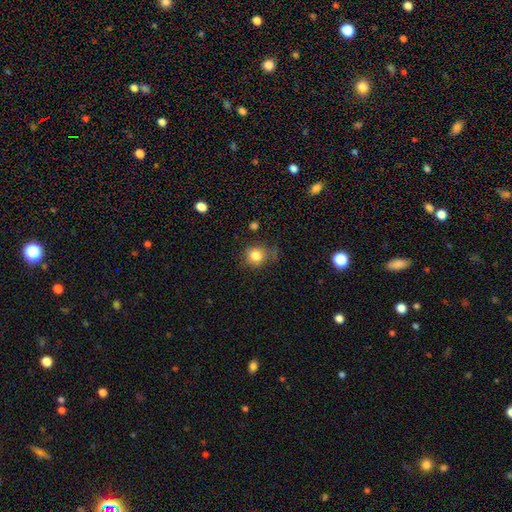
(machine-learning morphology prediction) Smooth or featured? smooth (81%)
How rounded? round (84%)
Merging? none (68%)